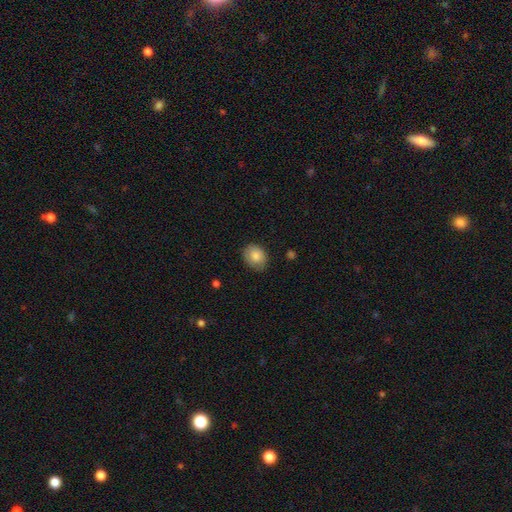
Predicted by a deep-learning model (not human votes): A smooth galaxy with no disk features (83%) that is in between round and cigar-shaped (51%). Merging: none (77%).